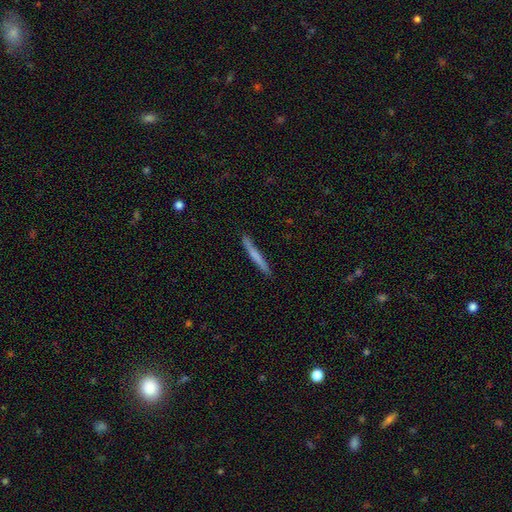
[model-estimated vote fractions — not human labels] Smooth or featured? smooth (61%)
How rounded? cigar-shaped (97%)
Merging? none (87%)